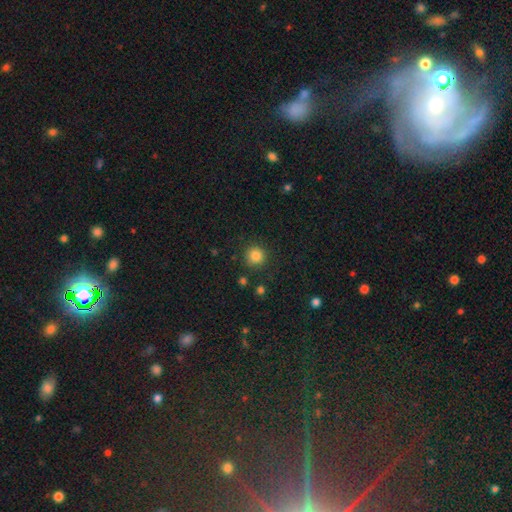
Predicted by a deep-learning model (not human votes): A smooth galaxy with no disk features (84%) that is round (93%).

Vote fractions:
- Smooth or featured? smooth: 84% / star or artifact: 11% / featured or disk: 4%
- How rounded? round: 93% / in between: 6% / cigar-shaped: 1%
- Merging? none: 88% / minor disturbance: 8% / major disturbance: 3% / merger: 2%